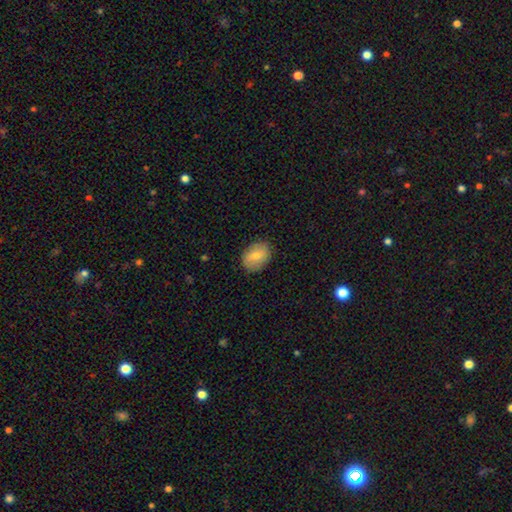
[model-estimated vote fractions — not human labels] smooth_or_featured: smooth (p=0.71) [alt: featured or disk p=0.21]
how_rounded: in between (p=0.73) [alt: round p=0.26]
merging: none (p=0.86) [alt: minor disturbance p=0.10]